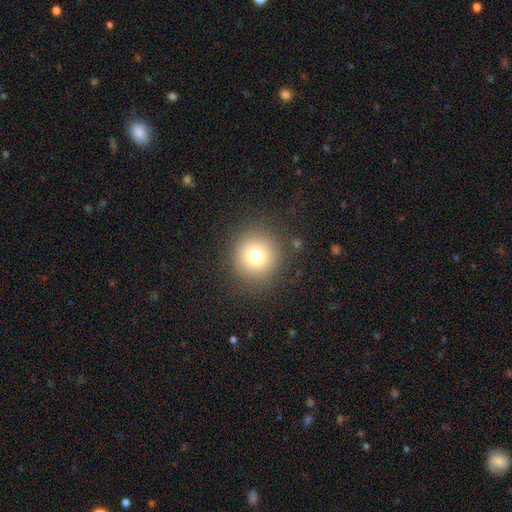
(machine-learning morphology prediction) A smooth galaxy with no disk features (75%) that is round (94%). Merging: none (87%).